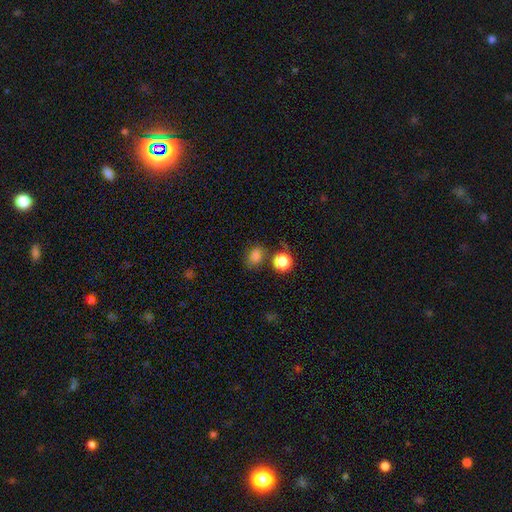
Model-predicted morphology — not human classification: A smooth galaxy with no disk features (77%) that is in between round and cigar-shaped (54%).

Vote fractions:
- Smooth or featured? smooth: 77% / star or artifact: 16% / featured or disk: 7%
- How rounded? in between: 54% / round: 44% / cigar-shaped: 1%
- Merging? none: 59% / minor disturbance: 18% / merger: 14% / major disturbance: 8%